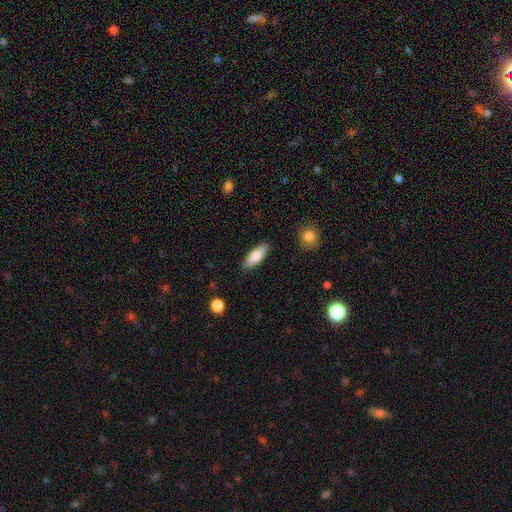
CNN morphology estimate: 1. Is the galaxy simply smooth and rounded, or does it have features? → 79% smooth, 15% featured or disk, 6% star or artifact.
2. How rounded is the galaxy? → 62% in between, 36% cigar-shaped, 2% round.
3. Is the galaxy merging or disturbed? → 88% none, 8% minor disturbance, 2% major disturbance, 1% merger.